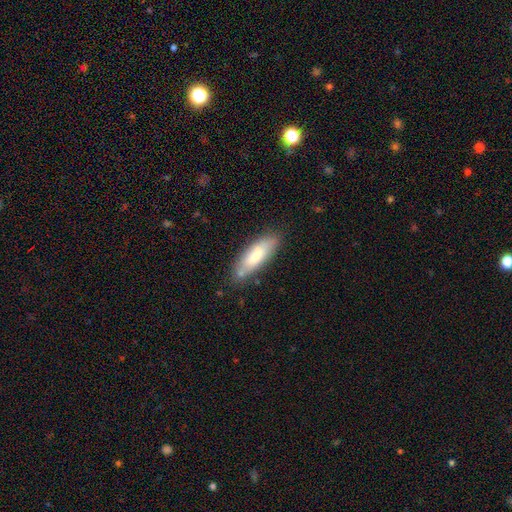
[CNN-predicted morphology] This appears to be a smooth galaxy with no disk features (78%) that is in between round and cigar-shaped (54%). Merging: none (76%).